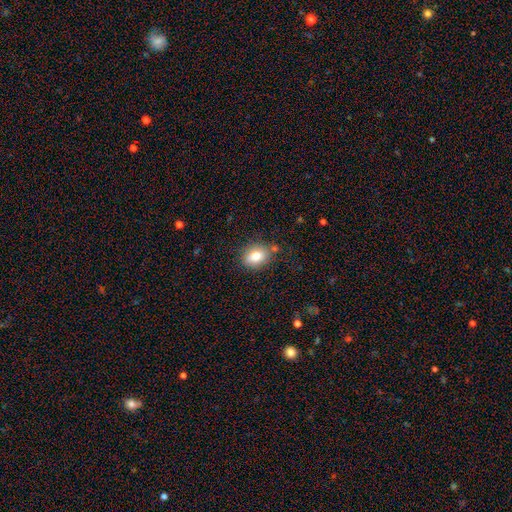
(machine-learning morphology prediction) This appears to be a smooth galaxy with no disk features (78%) that is in between round and cigar-shaped (61%). Merging: none (77%).